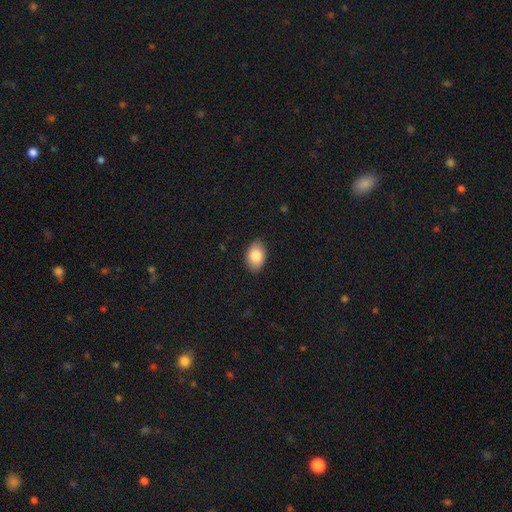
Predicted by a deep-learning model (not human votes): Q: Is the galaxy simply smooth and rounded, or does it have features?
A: smooth — 84%.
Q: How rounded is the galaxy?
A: in between — 88%.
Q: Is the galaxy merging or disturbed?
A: none — 87%.